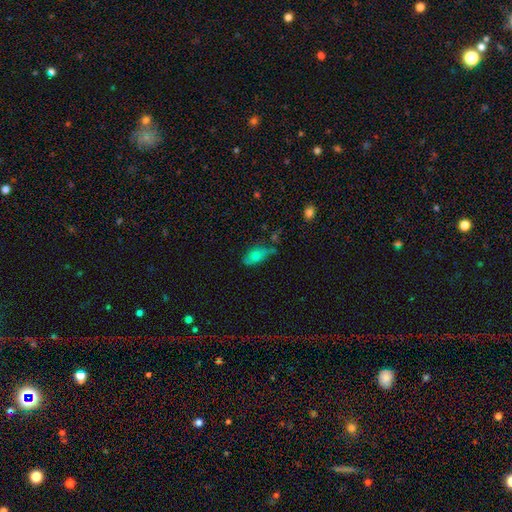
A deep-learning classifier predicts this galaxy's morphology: A smooth galaxy with no disk features (70%) that is in between round and cigar-shaped (86%).

Vote fractions:
- Smooth or featured? smooth: 70% / featured or disk: 20% / star or artifact: 10%
- How rounded? in between: 86% / cigar-shaped: 7% / round: 6%
- Merging? none: 49% / minor disturbance: 30% / merger: 11% / major disturbance: 10%